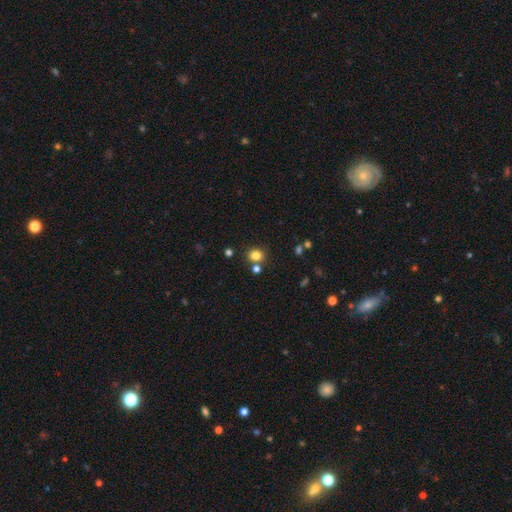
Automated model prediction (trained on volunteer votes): Smooth or featured? smooth (80%)
How rounded? round (78%)
Merging? none (74%)